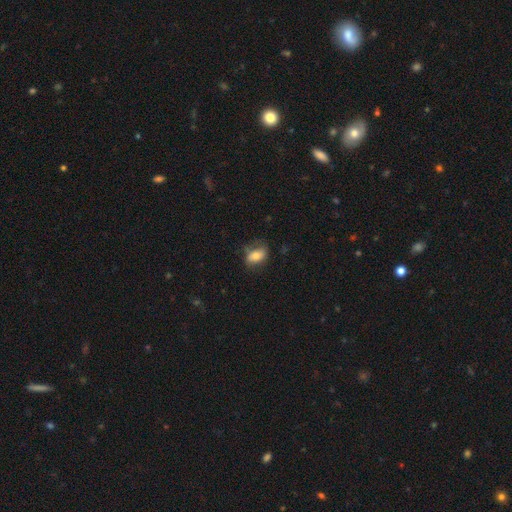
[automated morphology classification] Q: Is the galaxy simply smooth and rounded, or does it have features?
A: smooth — 72%.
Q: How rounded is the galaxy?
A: in between — 83%.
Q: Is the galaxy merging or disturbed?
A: none — 59%.